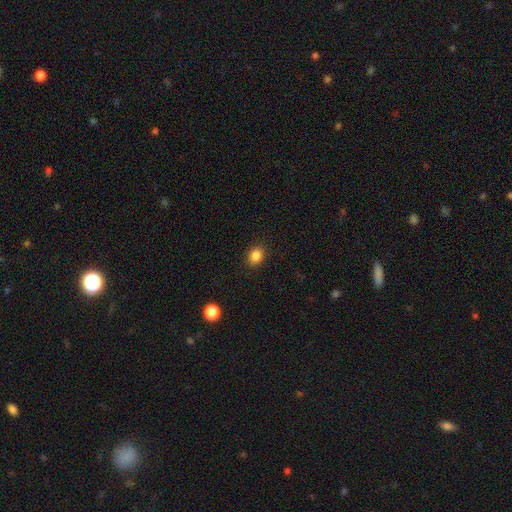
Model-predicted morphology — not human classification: smooth_or_featured: smooth (p=0.86) [alt: star or artifact p=0.11]
how_rounded: round (p=0.54) [alt: in between p=0.45]
merging: none (p=0.89) [alt: minor disturbance p=0.08]